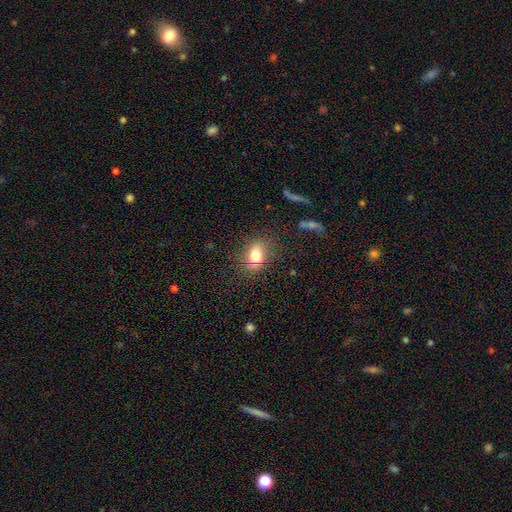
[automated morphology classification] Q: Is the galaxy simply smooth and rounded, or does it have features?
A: smooth — 72%.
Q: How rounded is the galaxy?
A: in between — 71%.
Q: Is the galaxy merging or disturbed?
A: none — 75%.